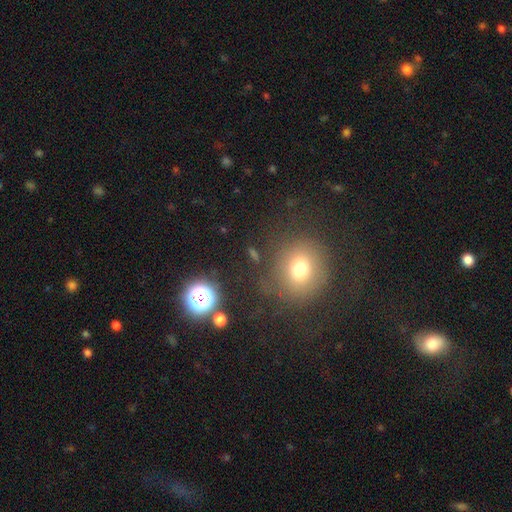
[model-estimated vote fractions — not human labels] Smooth or featured? Predicted: smooth (p=0.65). How rounded? Predicted: round (p=0.79). Merging? Predicted: none (p=0.79).